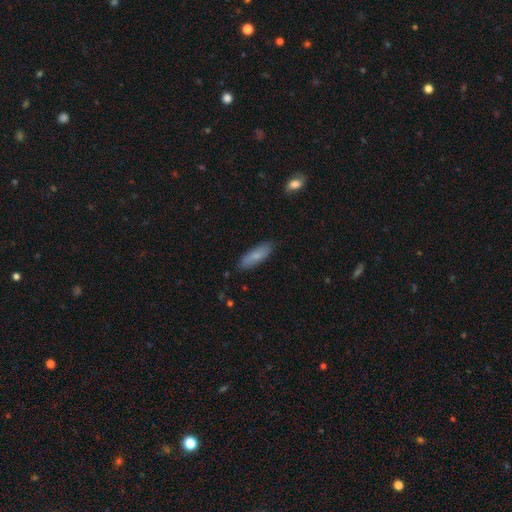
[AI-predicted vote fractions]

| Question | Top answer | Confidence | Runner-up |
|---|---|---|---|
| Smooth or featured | smooth | 76% | featured or disk (18%) |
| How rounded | in between | 53% | cigar-shaped (45%) |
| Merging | none | 85% | minor disturbance (11%) |